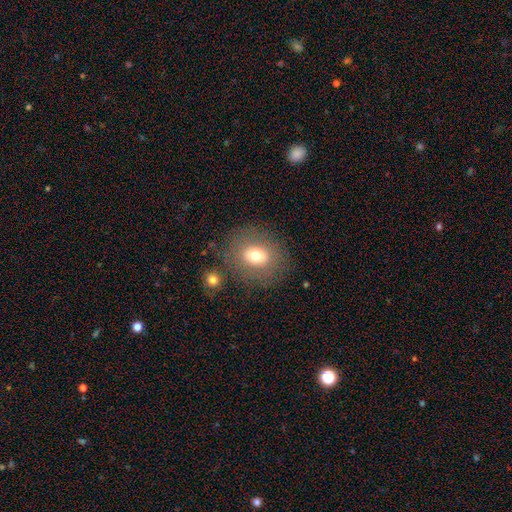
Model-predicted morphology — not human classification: This is likely a smooth galaxy (70%). How rounded: likely round (61%). Merging: likely none (78%).